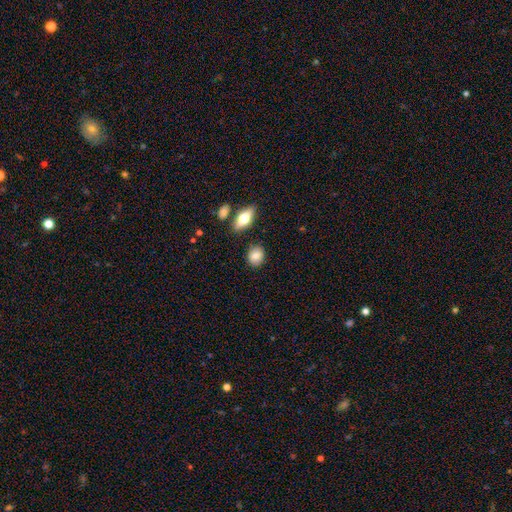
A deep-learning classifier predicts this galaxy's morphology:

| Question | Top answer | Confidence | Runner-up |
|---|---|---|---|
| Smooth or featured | smooth | 82% | featured or disk (10%) |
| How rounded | round | 52% | in between (46%) |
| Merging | none | 83% | minor disturbance (11%) |